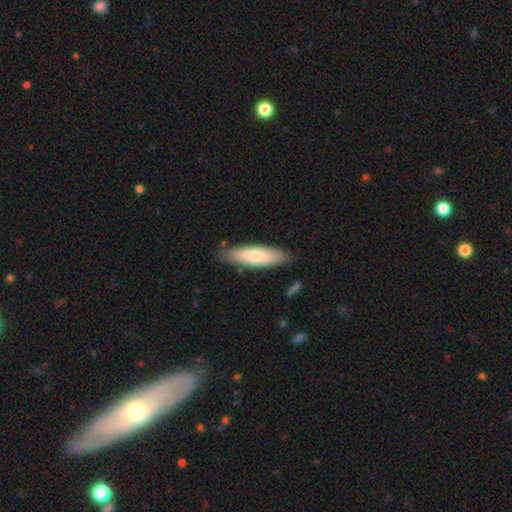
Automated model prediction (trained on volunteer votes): The model was most divided on "how rounded": cigar-shaped: 63%, in between: 35%, round: 1%. More confident: merging — none (83%); smooth or featured — smooth (72%).